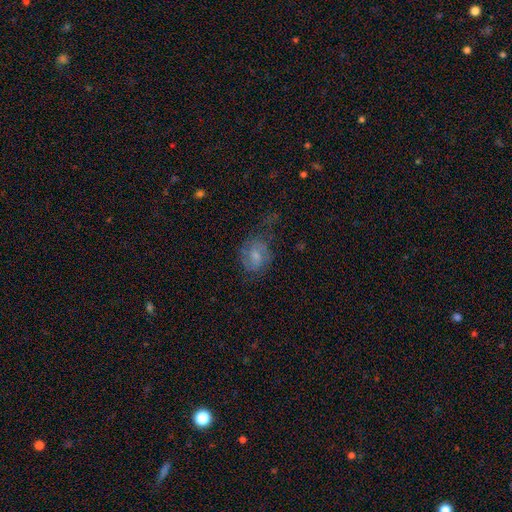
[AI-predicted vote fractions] Smooth or featured? featured or disk (48%)
Merging? none (50%)